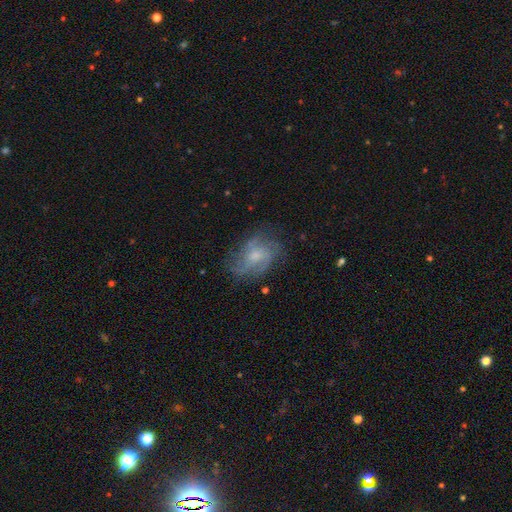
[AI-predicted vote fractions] Smooth or featured: featured or disk — 68% (smooth — 24%)
Edge-on disk: no — 97% (yes — 3%)
Bar: no — 65% (weak — 31%)
Spiral arms: yes — 83% (no — 17%)
Spiral winding: medium — 44% (tight — 29%)
Spiral arm count: can't tell — 37% (3 — 22%)
Bulge size: moderate — 45% (small — 42%)
Merging: none — 63% (minor disturbance — 21%)